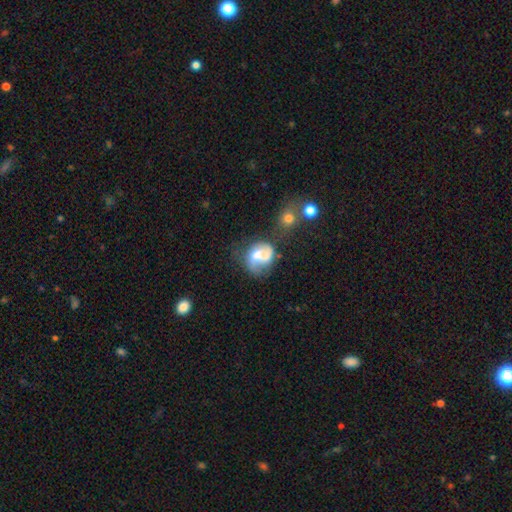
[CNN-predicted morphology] Smooth or featured: featured or disk — 55% (smooth — 37%)
Edge-on disk: no — 97% (yes — 3%)
Bar: no — 43% (weak — 38%)
Spiral arms: yes — 70% (no — 30%)
Bulge size: moderate — 32% (none — 26%)
Merging: none — 38% (major disturbance — 24%)